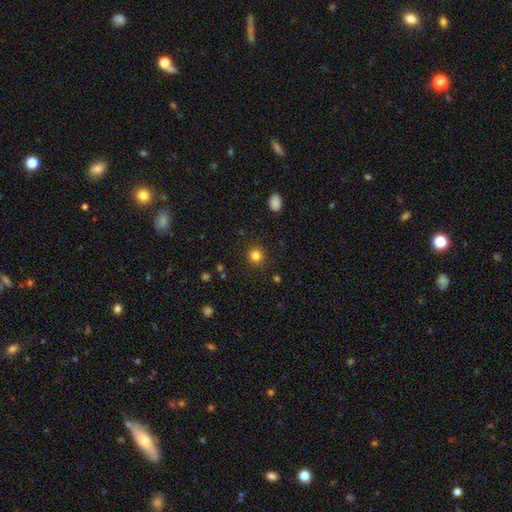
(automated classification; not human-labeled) This is clearly a smooth galaxy (83%). How rounded: clearly round (91%). Merging: clearly none (90%).